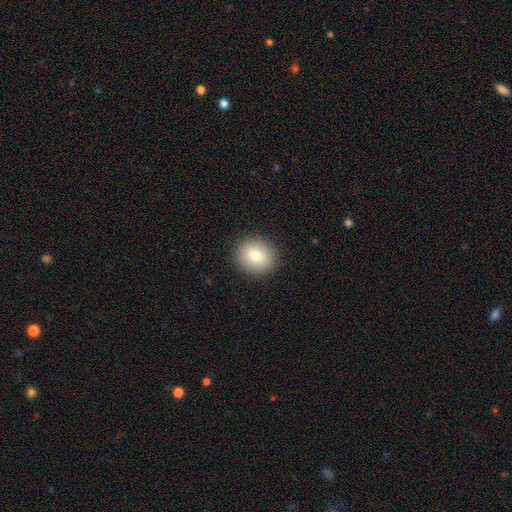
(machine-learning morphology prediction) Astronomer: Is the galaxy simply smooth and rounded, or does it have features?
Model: smooth — 79%.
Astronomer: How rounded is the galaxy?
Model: round — 72%.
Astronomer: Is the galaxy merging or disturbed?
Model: none — 91%.